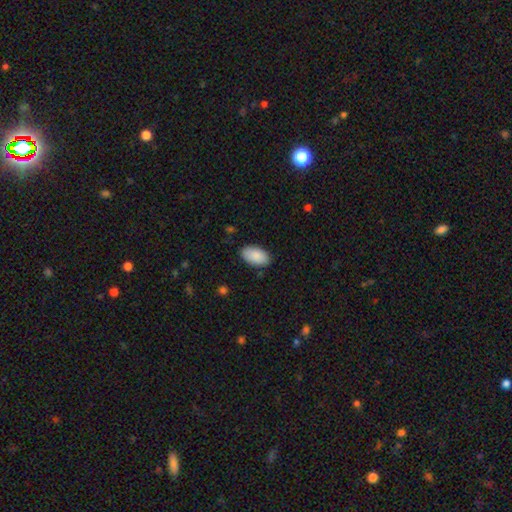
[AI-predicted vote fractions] smooth-or-featured: smooth: 90% | star or artifact: 6% | featured or disk: 5%
  how-rounded: in between: 95% | round: 3% | cigar-shaped: 1%
  merging: none: 86% | minor disturbance: 11% | major disturbance: 2% | merger: 1%